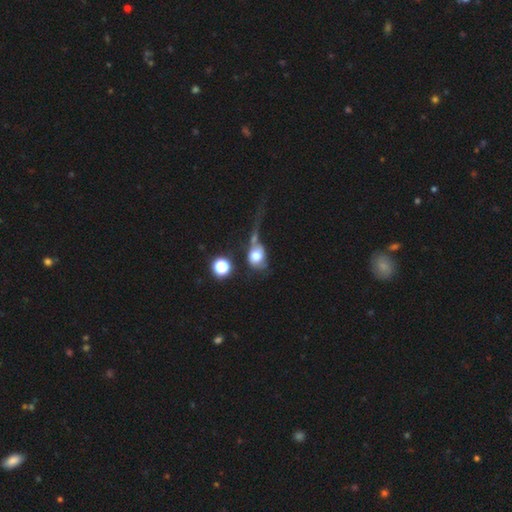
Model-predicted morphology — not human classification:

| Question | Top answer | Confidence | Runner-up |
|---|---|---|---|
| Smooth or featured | smooth | 61% | featured or disk (27%) |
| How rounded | round | 56% | in between (42%) |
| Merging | major disturbance | 41% | merger (25%) |